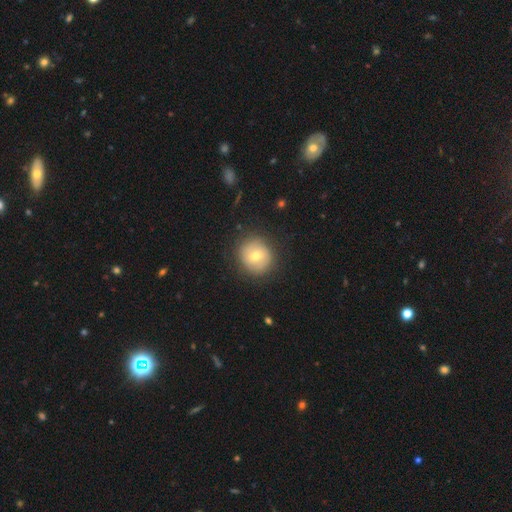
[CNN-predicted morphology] Smooth or featured? Predicted: smooth (p=0.64). How rounded? Predicted: round (p=0.88). Merging? Predicted: none (p=0.84).